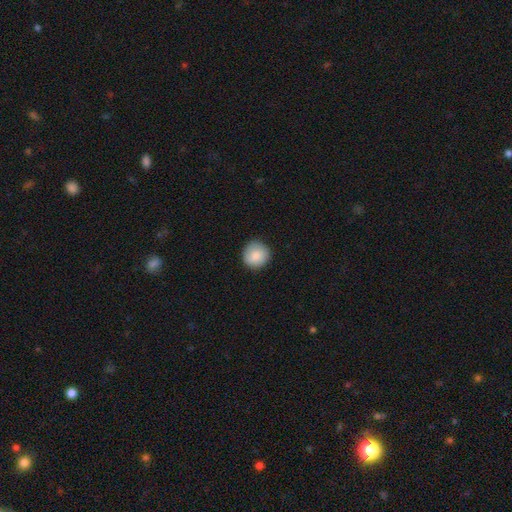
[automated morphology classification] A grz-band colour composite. It shows a smooth galaxy with no disk features (86%) that is round (92%). Merging: none (87%).